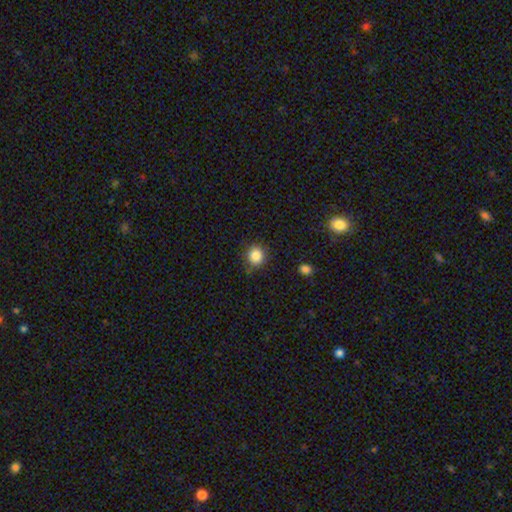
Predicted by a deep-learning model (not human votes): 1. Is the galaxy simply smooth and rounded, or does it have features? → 85% smooth, 10% star or artifact, 4% featured or disk.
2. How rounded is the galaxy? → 87% round, 12% in between, 1% cigar-shaped.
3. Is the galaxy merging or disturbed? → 86% none, 10% minor disturbance, 3% major disturbance, 2% merger.